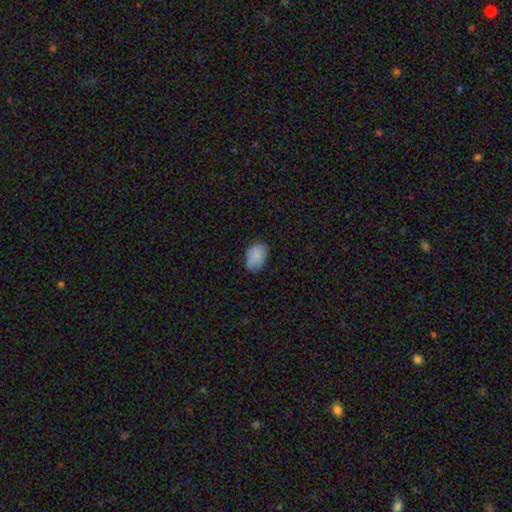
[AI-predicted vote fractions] smooth-or-featured: smooth: 87% | star or artifact: 7% | featured or disk: 6%
  how-rounded: in between: 81% | round: 18% | cigar-shaped: 1%
  merging: none: 76% | minor disturbance: 20% | major disturbance: 4% | merger: 1%